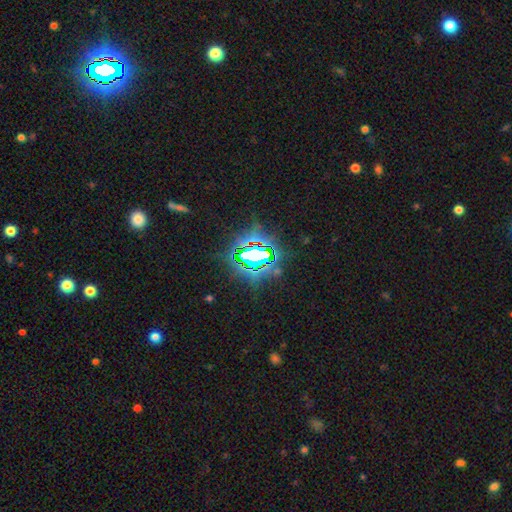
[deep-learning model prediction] This appears to be a star or artifact, not a galaxy (76%).